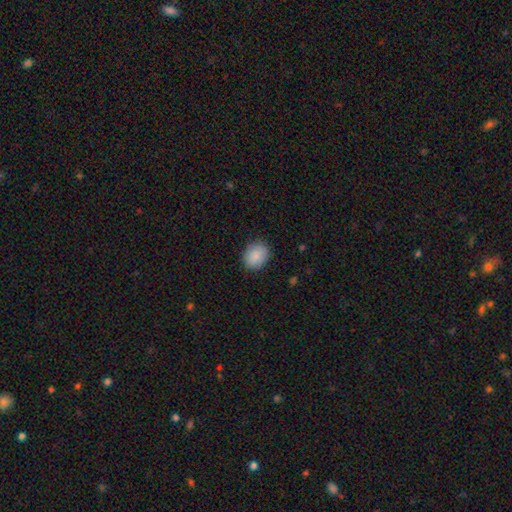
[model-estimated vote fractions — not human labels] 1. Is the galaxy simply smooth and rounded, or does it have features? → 88% smooth, 7% star or artifact, 5% featured or disk.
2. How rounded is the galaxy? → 51% round, 48% in between, 1% cigar-shaped.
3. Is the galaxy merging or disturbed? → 87% none, 10% minor disturbance, 2% major disturbance, 1% merger.